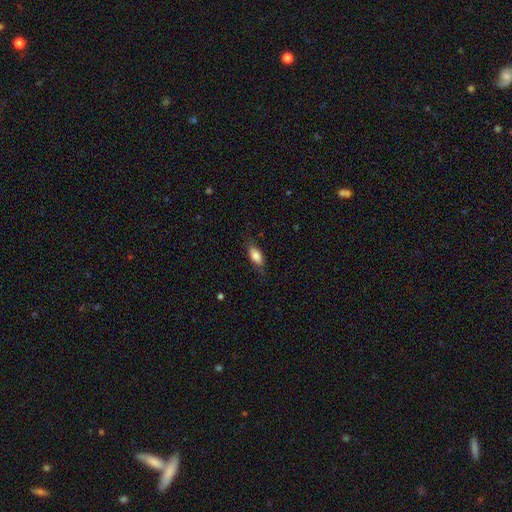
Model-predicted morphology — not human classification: This is likely a smooth galaxy (78%). How rounded: clearly in between (81%). Merging: likely none (77%).